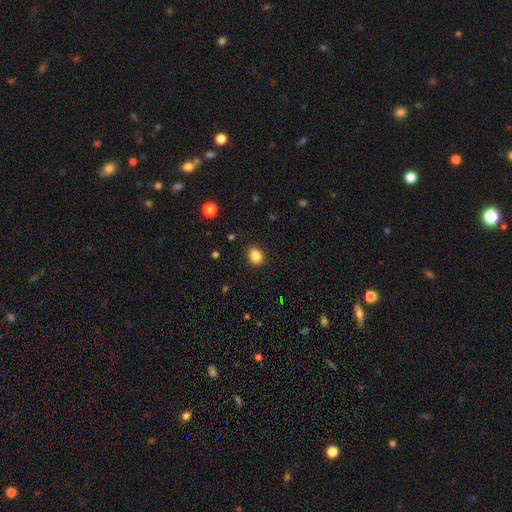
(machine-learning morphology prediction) Overall: smooth (86%). How rounded: round (52%; in between 47%). Merging: none (82%).